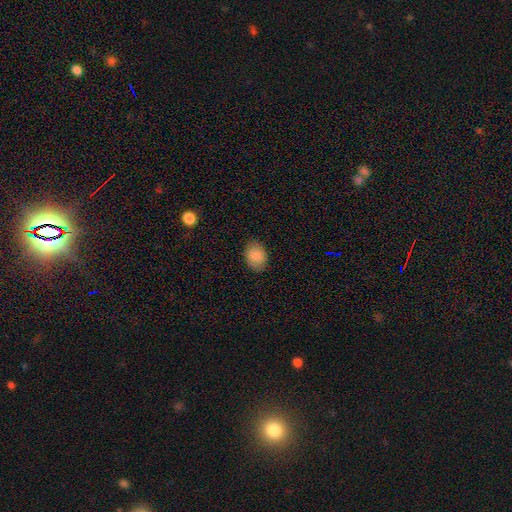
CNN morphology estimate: This appears to be a smooth galaxy with no disk features (88%) that is in between round and cigar-shaped (73%). Merging: none (86%).